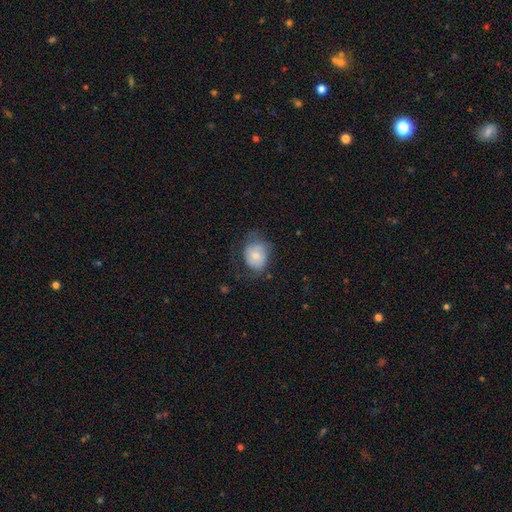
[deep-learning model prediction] Smooth or featured?
  - smooth: 68% *
  - featured or disk: 25%
  - star or artifact: 8%
How rounded?
  - round: 51% *
  - in between: 48%
  - cigar-shaped: 1%
Merging?
  - none: 48% *
  - minor disturbance: 31%
  - major disturbance: 19%
  - merger: 2%